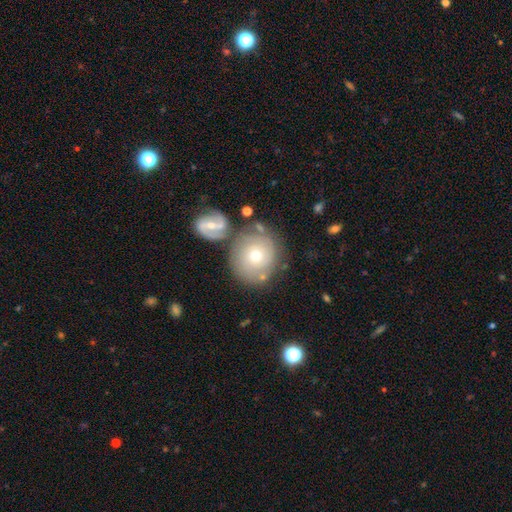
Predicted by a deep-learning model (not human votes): smooth 48%, featured or disk 43%, star or artifact 9%. Down the decision tree: merging — none (64%).